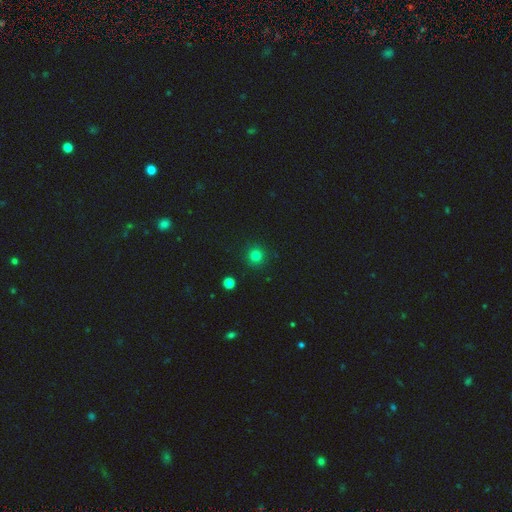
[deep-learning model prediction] Smooth or featured?
  - smooth: 80% *
  - star or artifact: 15%
  - featured or disk: 5%
How rounded?
  - round: 94% *
  - in between: 5%
  - cigar-shaped: 1%
Merging?
  - none: 92% *
  - minor disturbance: 5%
  - major disturbance: 2%
  - merger: 1%